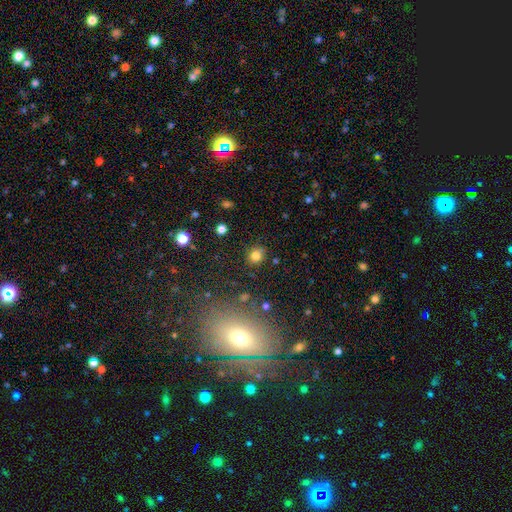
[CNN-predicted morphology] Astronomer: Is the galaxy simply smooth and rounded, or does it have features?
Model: smooth — 79%.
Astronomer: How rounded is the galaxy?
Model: round — 84%.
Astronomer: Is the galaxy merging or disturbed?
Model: none — 83%.